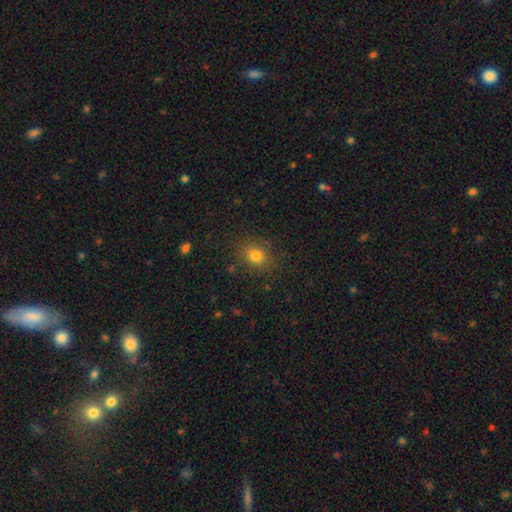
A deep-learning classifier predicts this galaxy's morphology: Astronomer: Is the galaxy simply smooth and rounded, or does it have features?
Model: smooth — 76%.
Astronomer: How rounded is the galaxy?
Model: round — 59% (runner-up: in between, 39%).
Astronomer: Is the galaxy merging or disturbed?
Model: none — 81%.